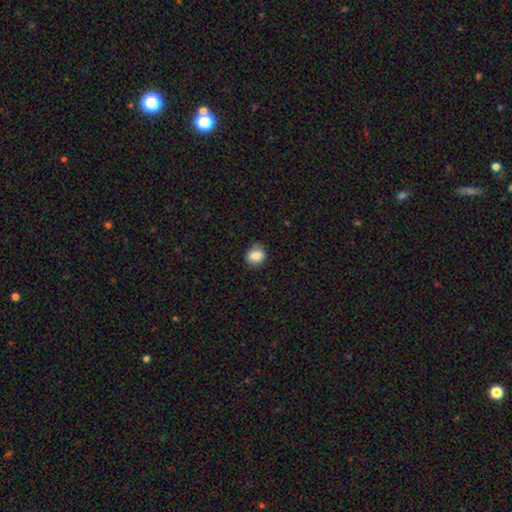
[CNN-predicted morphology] Smooth or featured: smooth — 86% (star or artifact — 9%)
How rounded: round — 56% (in between — 43%)
Merging: none — 82% (minor disturbance — 14%)